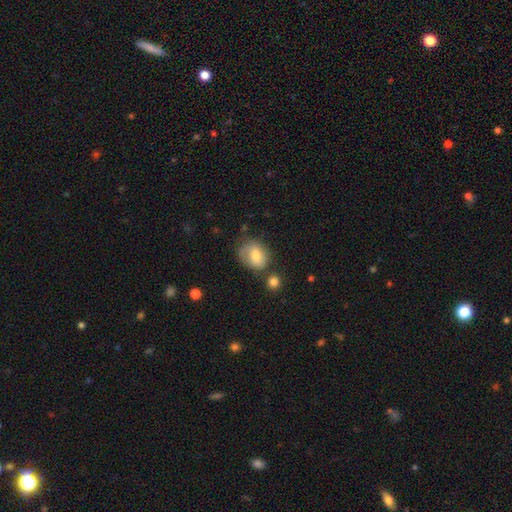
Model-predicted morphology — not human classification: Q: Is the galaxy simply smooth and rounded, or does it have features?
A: smooth — 67%.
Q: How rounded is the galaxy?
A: round — 54%.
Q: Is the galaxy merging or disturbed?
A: none — 57%.